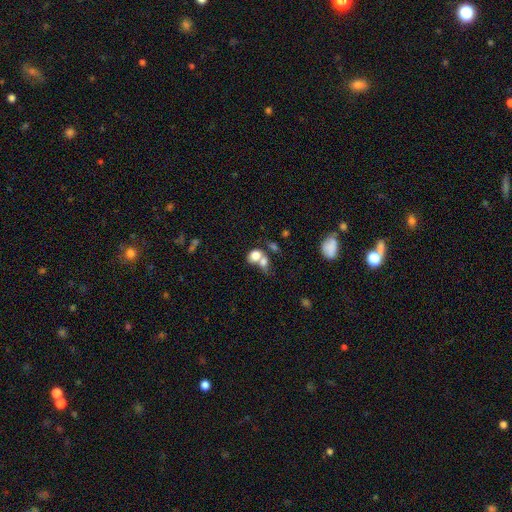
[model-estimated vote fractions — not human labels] smooth 76%, featured or disk 13%, star or artifact 11%. Down the decision tree: how rounded — in between (51%); merging — merger (57%).